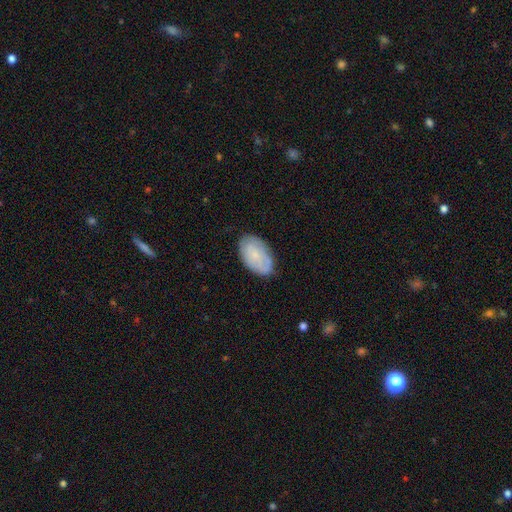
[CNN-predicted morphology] Q: Smooth or featured?
A: smooth (63%); runner-up: featured or disk (30%)
Q: How rounded?
A: in between (93%); runner-up: round (6%)
Q: Merging?
A: none (79%); runner-up: minor disturbance (16%)